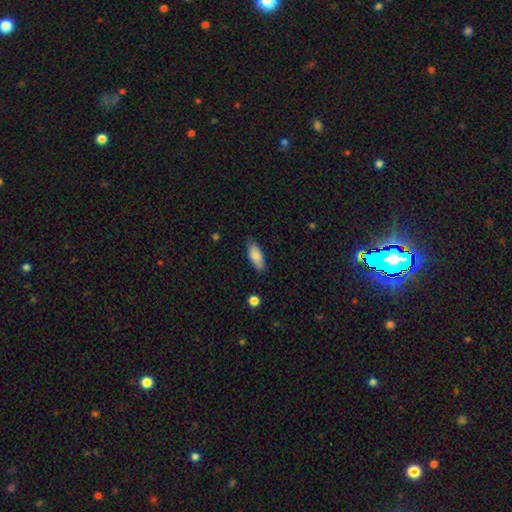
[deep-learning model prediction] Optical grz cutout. It shows a smooth galaxy with no disk features (86%) that is in between round and cigar-shaped (79%). Merging: none (82%).